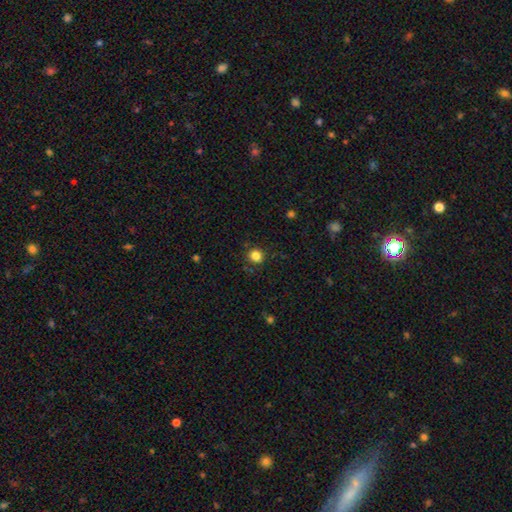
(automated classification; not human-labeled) This is clearly a smooth galaxy (84%). How rounded: clearly round (90%). Merging: clearly none (89%).